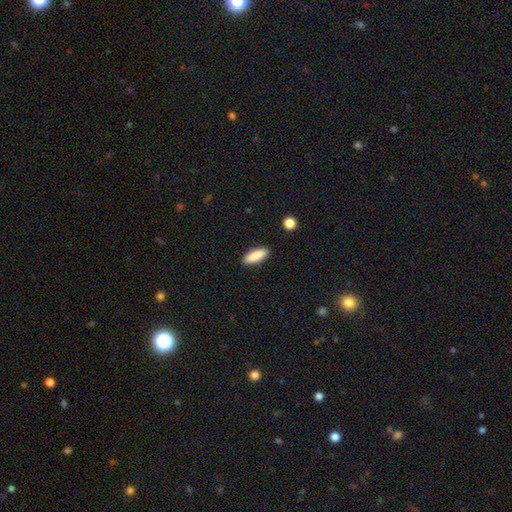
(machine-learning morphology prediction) This is clearly a smooth galaxy (88%). How rounded: possibly in between (53%). Merging: clearly none (89%).